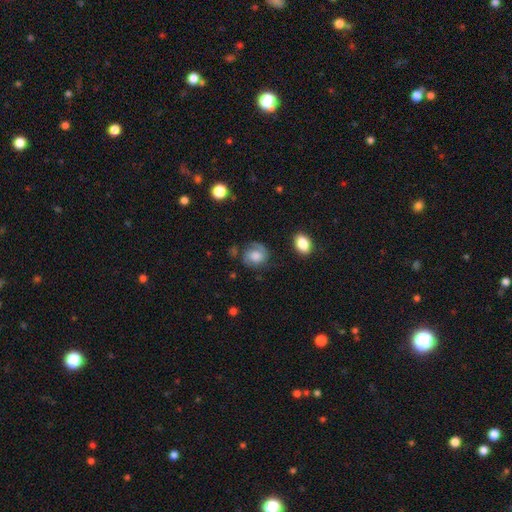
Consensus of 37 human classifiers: featured or disk 62%, smooth 38%, star or artifact 0%. Down the decision tree: edge-on disk — no (100%); bar — no (78%); spiral arms — yes (100%); spiral arm count — 2 (74%); spiral winding — tight (48%); bulge size — large (57%); merging — none (73%).